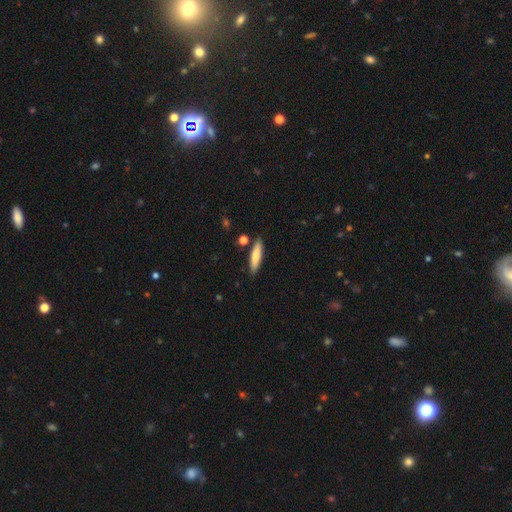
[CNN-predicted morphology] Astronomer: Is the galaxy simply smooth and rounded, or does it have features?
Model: smooth — 77%.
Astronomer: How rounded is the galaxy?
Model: cigar-shaped — 76%.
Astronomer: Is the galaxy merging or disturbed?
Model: none — 85%.